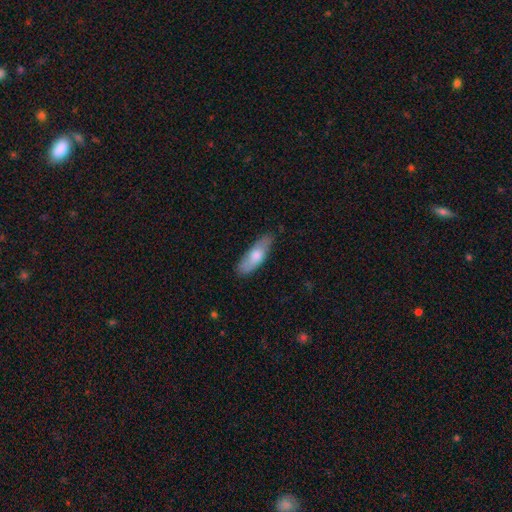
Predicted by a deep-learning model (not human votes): The model was most divided on "how rounded": in between: 57%, cigar-shaped: 41%, round: 2%. More confident: merging — none (77%); smooth or featured — smooth (69%).